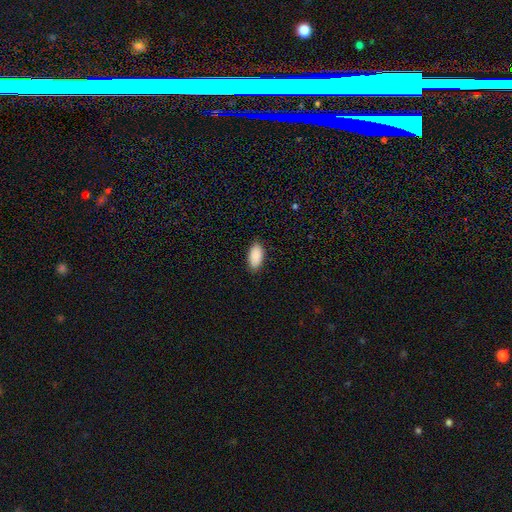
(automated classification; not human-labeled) smooth_or_featured: smooth (p=0.91) [alt: star or artifact p=0.06]
how_rounded: in between (p=0.95) [alt: cigar-shaped p=0.03]
merging: none (p=0.86) [alt: minor disturbance p=0.11]